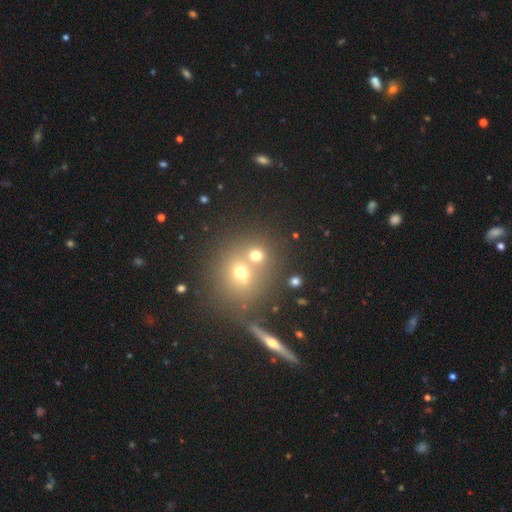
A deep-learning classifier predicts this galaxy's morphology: Smooth or featured? smooth (64%)
How rounded? round (81%)
Merging? none (49%)